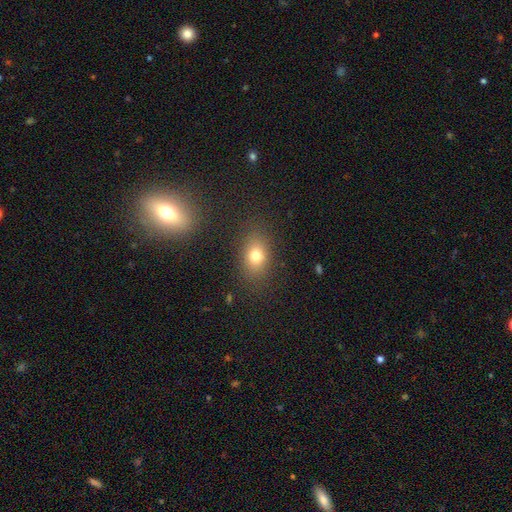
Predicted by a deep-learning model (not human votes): This appears to be a smooth galaxy with no disk features (76%) that is in between round and cigar-shaped (74%). Merging: none (83%).